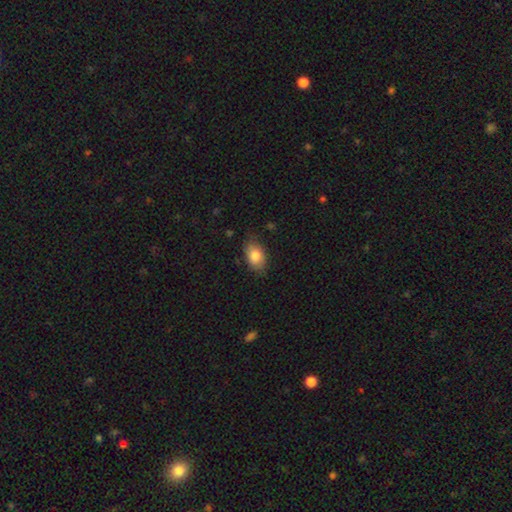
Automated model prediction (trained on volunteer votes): This appears to be a smooth galaxy with no disk features (82%) that is in between round and cigar-shaped (87%). Merging: none (77%).